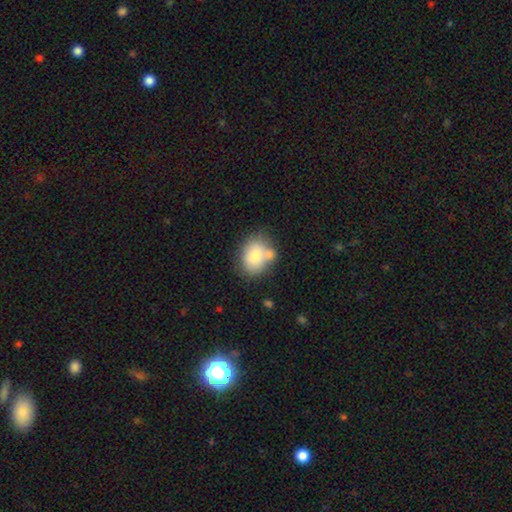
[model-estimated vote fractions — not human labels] This is likely a smooth galaxy (77%). How rounded: likely in between (60%). Merging: possibly none (47%).